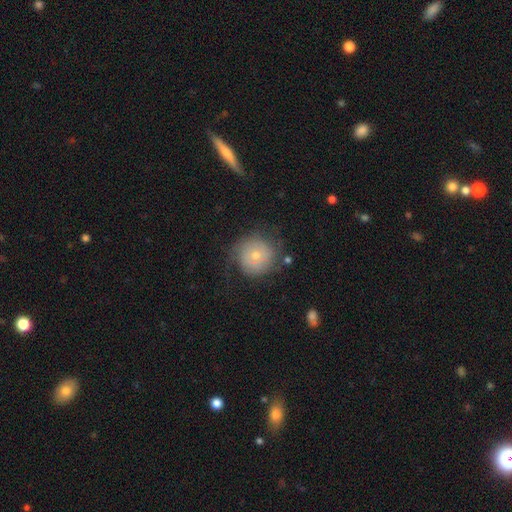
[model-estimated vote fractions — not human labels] This is possibly a smooth galaxy (53%). How rounded: clearly round (92%). Merging: likely none (63%).